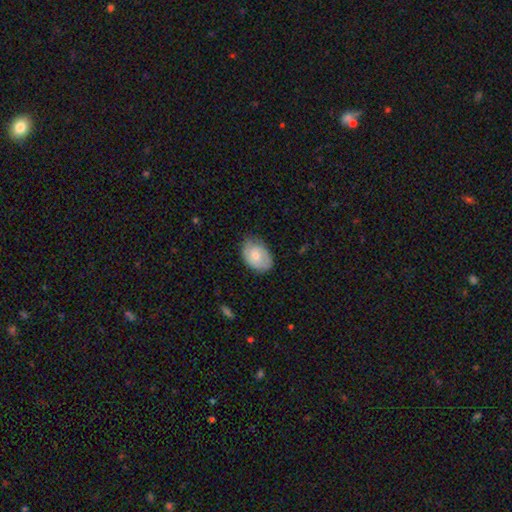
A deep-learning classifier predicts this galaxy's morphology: type=smooth (50%); merging=none (73%).